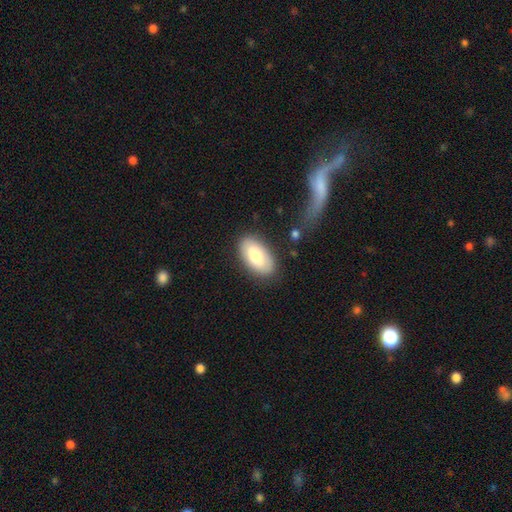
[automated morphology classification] Smooth or featured?
  - smooth: 72% *
  - featured or disk: 22%
  - star or artifact: 6%
How rounded?
  - in between: 94% *
  - round: 3%
  - cigar-shaped: 3%
Merging?
  - none: 83% *
  - minor disturbance: 12%
  - major disturbance: 4%
  - merger: 2%